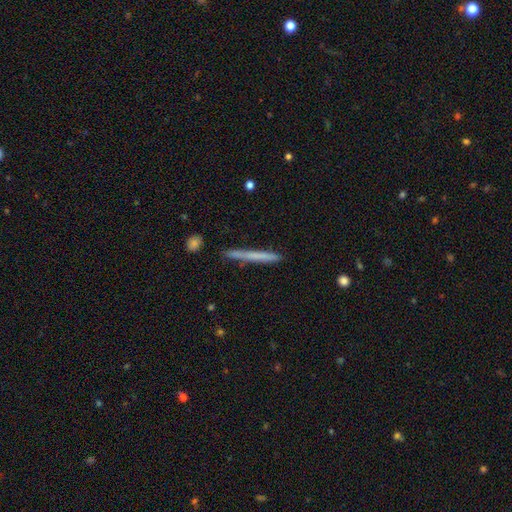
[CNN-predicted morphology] smooth-or-featured: smooth: 60% | featured or disk: 34% | star or artifact: 6%
  how-rounded: cigar-shaped: 97% | in between: 2% | round: 1%
  merging: none: 88% | minor disturbance: 9% | merger: 2% | major disturbance: 2%